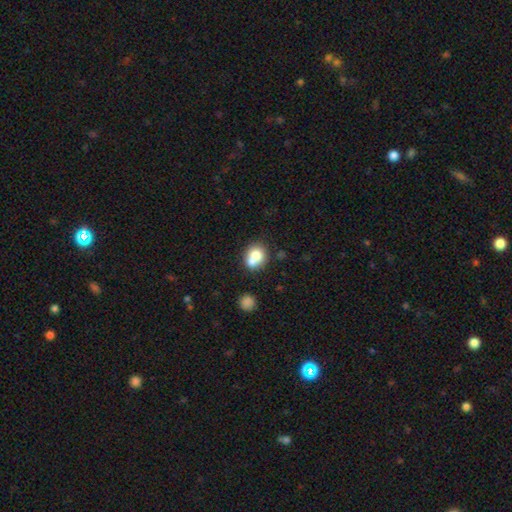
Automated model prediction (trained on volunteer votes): smooth 73%, featured or disk 17%, star or artifact 10%. Down the decision tree: how rounded — round (73%); merging — merger (46%).